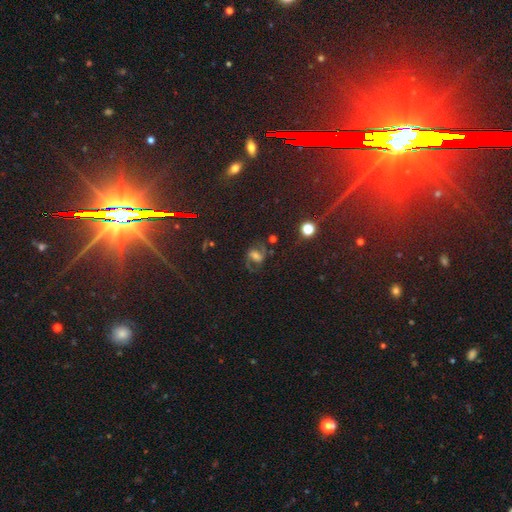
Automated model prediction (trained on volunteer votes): The model was most divided on "bar": weak: 45%, no: 29%, strong: 25%. More confident: edge-on disk — no (97%); spiral arm count — 2 (92%); spiral arms — yes (90%); merging — none (72%); smooth or featured — featured or disk (60%); bulge size — moderate (51%); spiral winding — medium (50%).